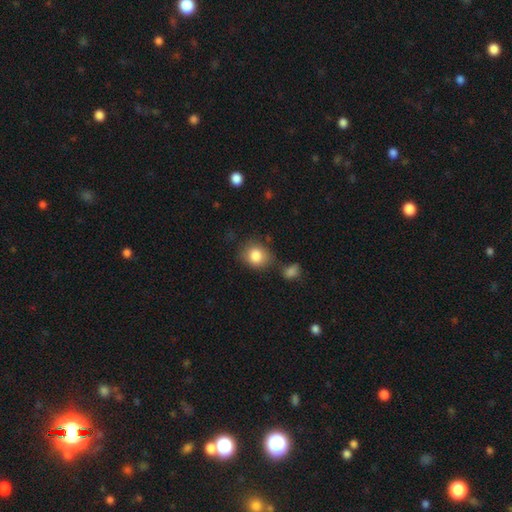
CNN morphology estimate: A smooth galaxy with no disk features (84%) that is round (65%).

Vote fractions:
- Smooth or featured? smooth: 84% / star or artifact: 8% / featured or disk: 7%
- How rounded? round: 65% / in between: 34% / cigar-shaped: 1%
- Merging? none: 69% / minor disturbance: 17% / merger: 9% / major disturbance: 5%